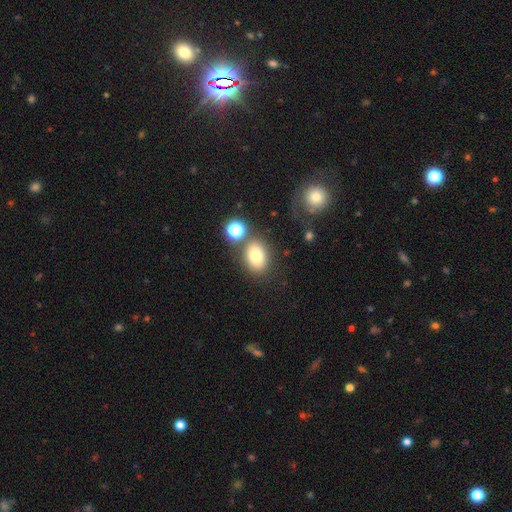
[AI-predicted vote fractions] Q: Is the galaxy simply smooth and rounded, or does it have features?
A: smooth — 77%.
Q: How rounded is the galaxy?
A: in between — 67%.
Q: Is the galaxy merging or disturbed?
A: none — 72%.